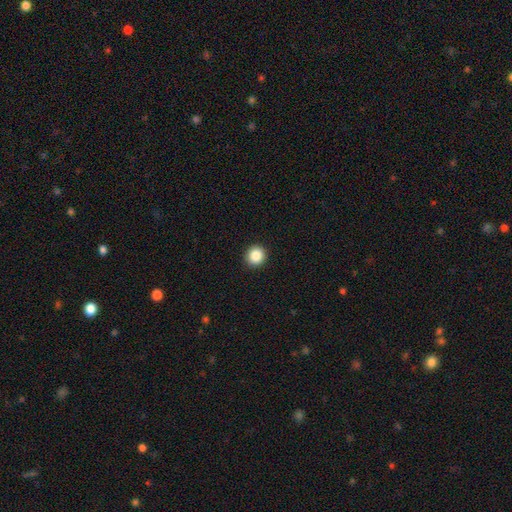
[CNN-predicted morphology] smooth 87%, star or artifact 10%, featured or disk 4%. Down the decision tree: how rounded — round (89%); merging — none (93%).